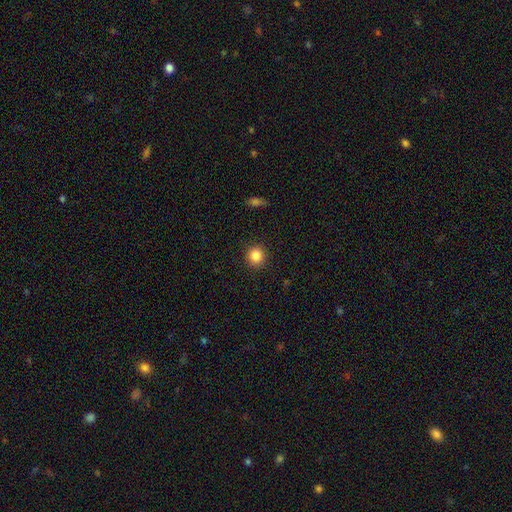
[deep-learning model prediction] Smooth or featured? Predicted: smooth (p=0.85). How rounded? Predicted: round (p=0.87). Merging? Predicted: none (p=0.91).